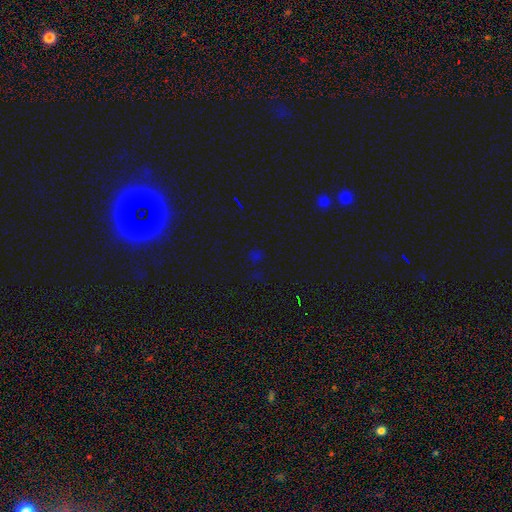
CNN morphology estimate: Smooth or featured? Predicted: star or artifact (p=0.59).